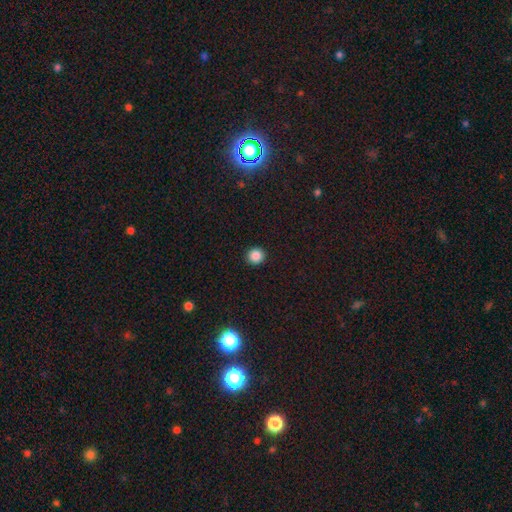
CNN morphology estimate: This appears to be a smooth galaxy with no disk features (87%) that is round (95%). Merging: none (93%).